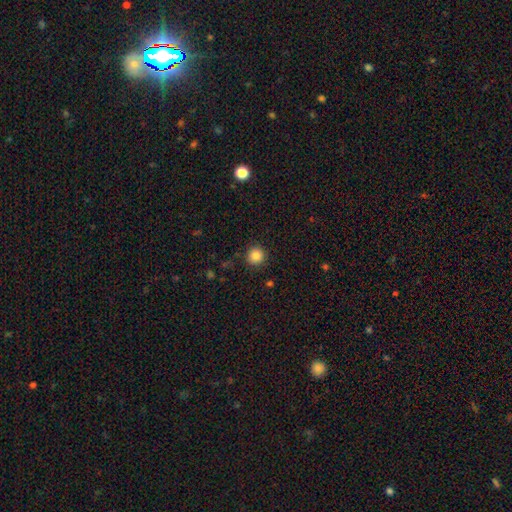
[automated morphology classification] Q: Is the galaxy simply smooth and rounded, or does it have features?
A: smooth — 85%.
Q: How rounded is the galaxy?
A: round — 94%.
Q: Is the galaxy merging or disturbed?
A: none — 90%.